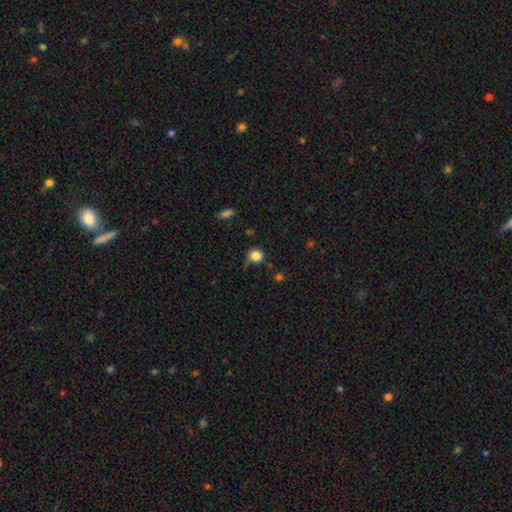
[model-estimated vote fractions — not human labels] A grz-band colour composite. It shows a smooth galaxy with no disk features (84%) that is round (88%). Merging: none (73%).